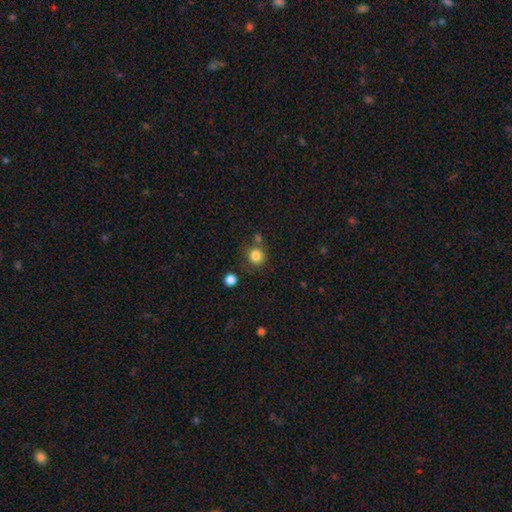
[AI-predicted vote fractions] Smooth or featured: smooth — 84% (star or artifact — 12%)
How rounded: round — 92% (in between — 7%)
Merging: none — 76% (minor disturbance — 10%)